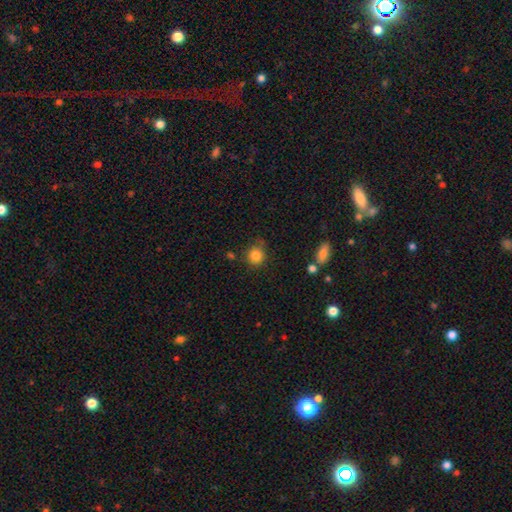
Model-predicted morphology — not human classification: type=smooth (84%); roundness=round (86%); merging=none (74%).